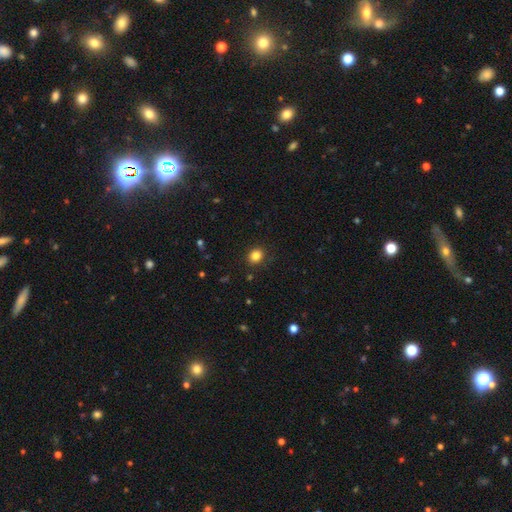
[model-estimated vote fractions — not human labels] Smooth or featured?
  - smooth: 83% *
  - star or artifact: 12%
  - featured or disk: 5%
How rounded?
  - round: 64% *
  - in between: 35%
  - cigar-shaped: 1%
Merging?
  - none: 88% *
  - minor disturbance: 8%
  - major disturbance: 2%
  - merger: 1%